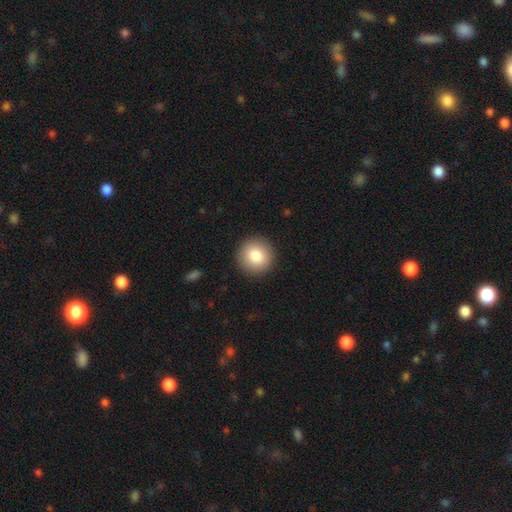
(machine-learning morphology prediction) Smooth or featured? Predicted: smooth (p=0.85). How rounded? Predicted: round (p=0.94). Merging? Predicted: none (p=0.92).